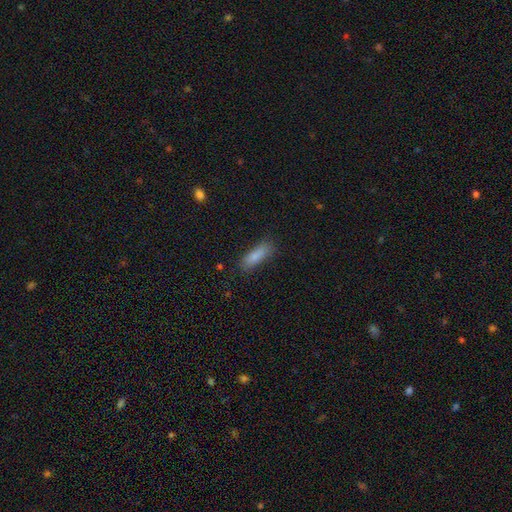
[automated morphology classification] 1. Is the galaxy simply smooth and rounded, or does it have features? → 83% smooth, 9% featured or disk, 8% star or artifact.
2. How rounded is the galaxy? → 55% in between, 43% cigar-shaped, 2% round.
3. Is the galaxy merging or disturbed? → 77% none, 17% minor disturbance, 4% major disturbance, 2% merger.